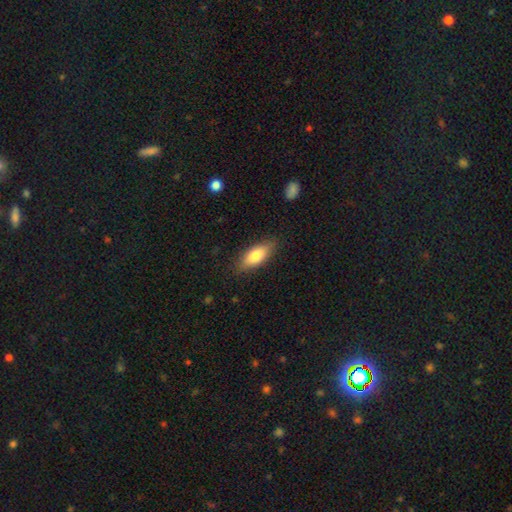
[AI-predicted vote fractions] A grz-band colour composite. It shows a smooth galaxy with no disk features (78%) that is in between round and cigar-shaped (74%). Merging: none (85%).